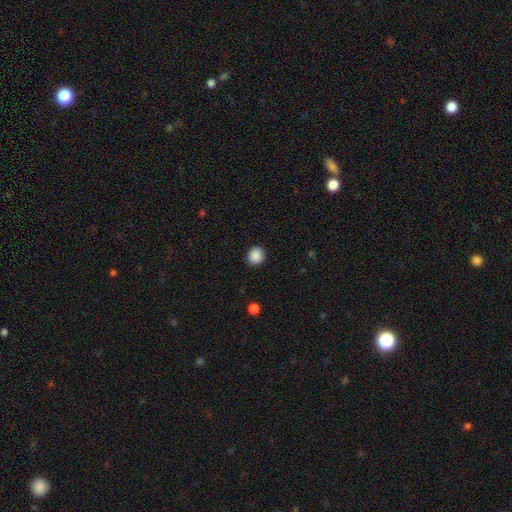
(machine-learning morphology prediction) Smooth or featured?
  - smooth: 88% *
  - star or artifact: 9%
  - featured or disk: 3%
How rounded?
  - round: 81% *
  - in between: 18%
  - cigar-shaped: 1%
Merging?
  - none: 89% *
  - minor disturbance: 8%
  - major disturbance: 2%
  - merger: 1%